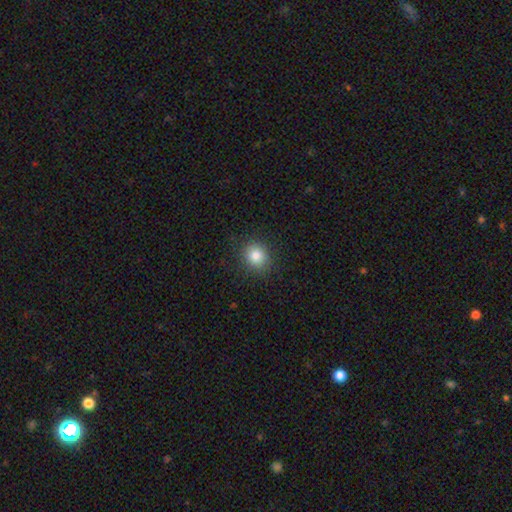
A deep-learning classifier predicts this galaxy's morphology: Smooth or featured? smooth (83%)
How rounded? round (79%)
Merging? none (88%)